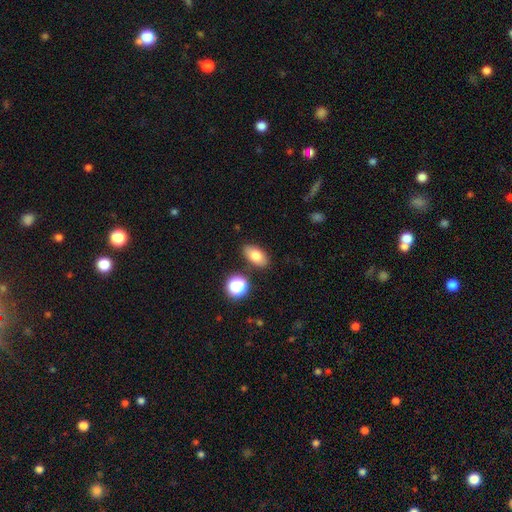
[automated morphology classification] A smooth galaxy with no disk features (79%) that is in between round and cigar-shaped (89%).

Vote fractions:
- Smooth or featured? smooth: 79% / featured or disk: 11% / star or artifact: 10%
- How rounded? in between: 89% / round: 9% / cigar-shaped: 3%
- Merging? none: 84% / minor disturbance: 10% / merger: 4% / major disturbance: 2%